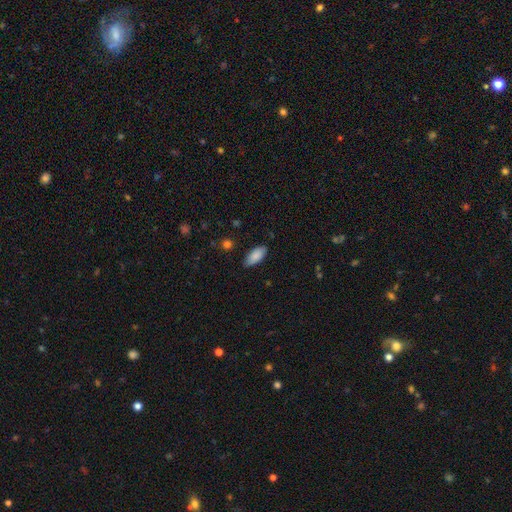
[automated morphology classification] A smooth galaxy with no disk features (87%) that is in between round and cigar-shaped (89%).

Vote fractions:
- Smooth or featured? smooth: 87% / featured or disk: 7% / star or artifact: 6%
- How rounded? in between: 89% / cigar-shaped: 9% / round: 2%
- Merging? none: 82% / minor disturbance: 15% / major disturbance: 2% / merger: 1%